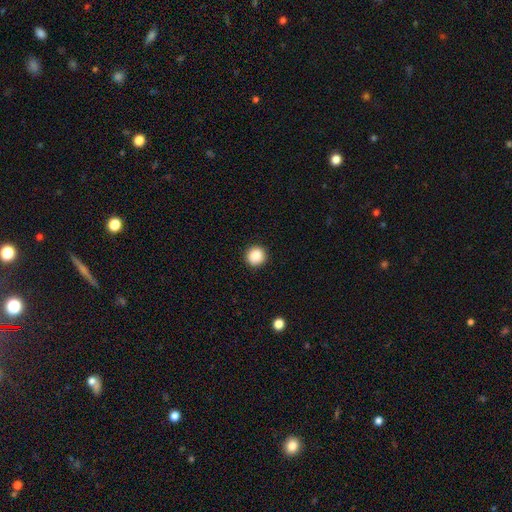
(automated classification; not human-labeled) This is clearly a smooth galaxy (88%). How rounded: clearly round (95%). Merging: clearly none (92%).